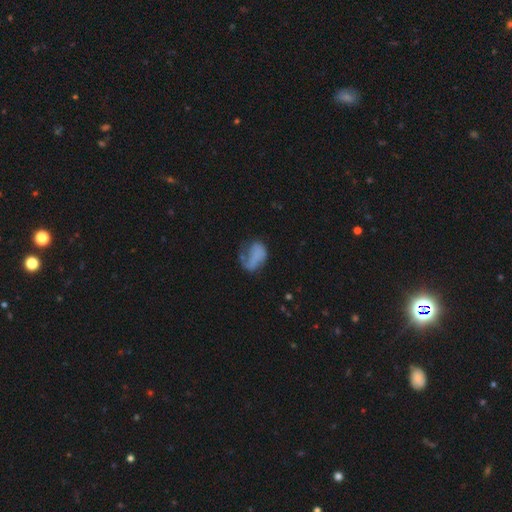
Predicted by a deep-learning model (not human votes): smooth-or-featured: smooth: 51% | featured or disk: 39% | star or artifact: 10%
  how-rounded: in between: 79% | round: 19% | cigar-shaped: 2%
  merging: major disturbance: 42% | none: 29% | minor disturbance: 25% | merger: 5%